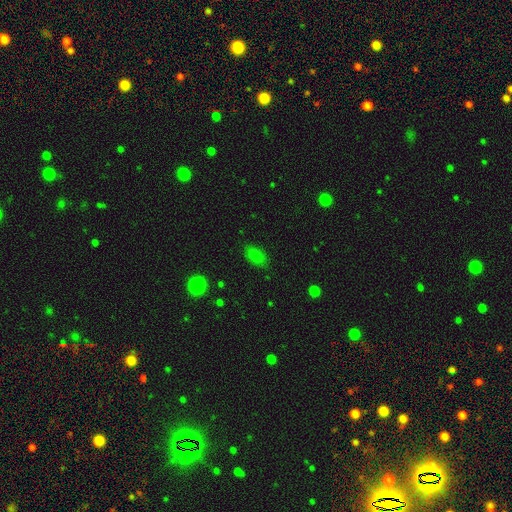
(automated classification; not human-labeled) Smooth or featured? Predicted: smooth (p=0.76). How rounded? Predicted: in between (p=0.86). Merging? Predicted: none (p=0.83).